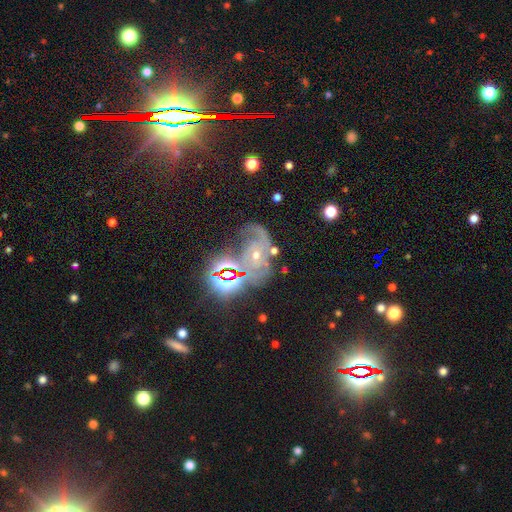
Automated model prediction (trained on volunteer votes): Smooth or featured?
  - featured or disk: 65% *
  - star or artifact: 23%
  - smooth: 12%
Edge-on disk?
  - no: 96% *
  - yes: 4%
Bar?
  - no: 70% *
  - weak: 21%
  - strong: 9%
Spiral arms?
  - yes: 89% *
  - no: 11%
Spiral winding?
  - tight: 42% *
  - medium: 39%
  - loose: 19%
Spiral arm count?
  - 2: 41% *
  - can't tell: 24%
  - 1: 16%
  - 3: 11%
  - 4: 4%
  - more than 4: 4%
Bulge size?
  - small: 60% *
  - moderate: 35%
  - large: 2%
  - none: 2%
  - dominant: 1%
Merging?
  - none: 43% *
  - major disturbance: 23%
  - minor disturbance: 21%
  - merger: 12%